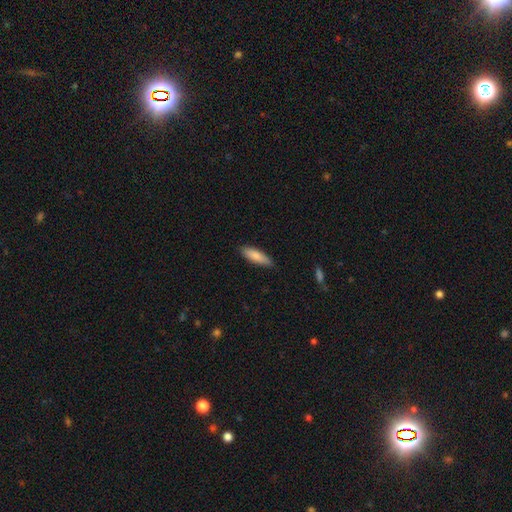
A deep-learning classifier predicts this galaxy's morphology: The model was most divided on "how rounded": cigar-shaped: 50%, in between: 48%, round: 2%. More confident: smooth or featured — smooth (84%); merging — none (83%).